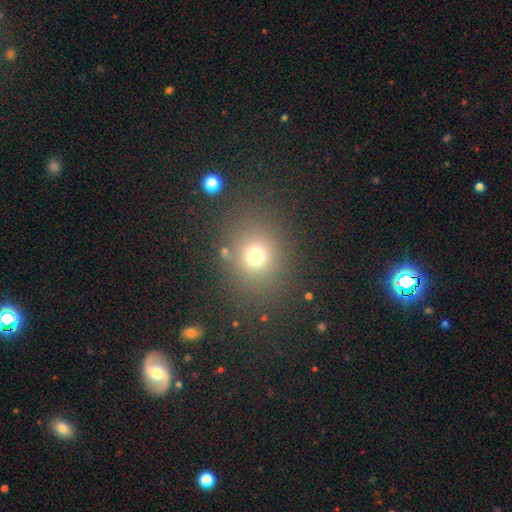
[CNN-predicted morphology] A smooth galaxy with no disk features (72%) that is round (73%).

Vote fractions:
- Smooth or featured? smooth: 72% / star or artifact: 19% / featured or disk: 9%
- How rounded? round: 73% / in between: 26% / cigar-shaped: 1%
- Merging? none: 80% / minor disturbance: 10% / major disturbance: 6% / merger: 4%